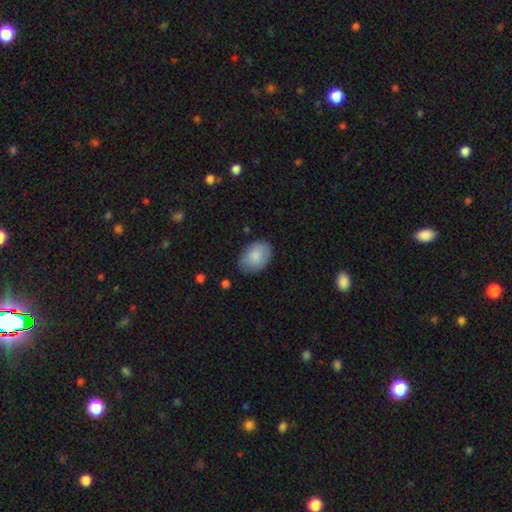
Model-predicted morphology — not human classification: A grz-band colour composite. It shows a smooth galaxy with no disk features (84%) that is in between round and cigar-shaped (82%). Merging: none (75%).